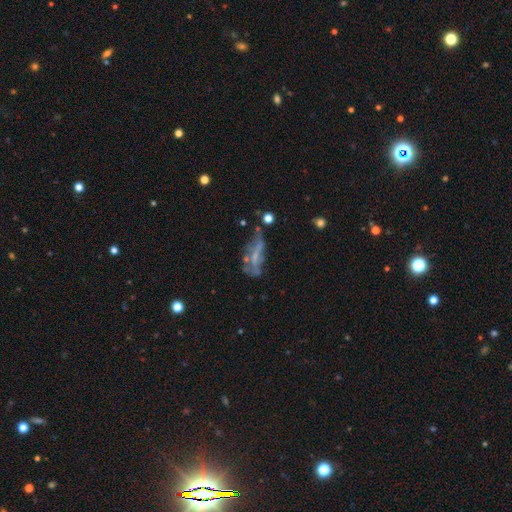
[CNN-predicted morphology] Smooth or featured?
  - featured or disk: 57% *
  - smooth: 28%
  - star or artifact: 15%
Edge-on disk?
  - no: 80% *
  - yes: 20%
Merging?
  - none: 32% * (tied)
  - major disturbance: 32% * (tied)
  - minor disturbance: 22%
  - merger: 14%